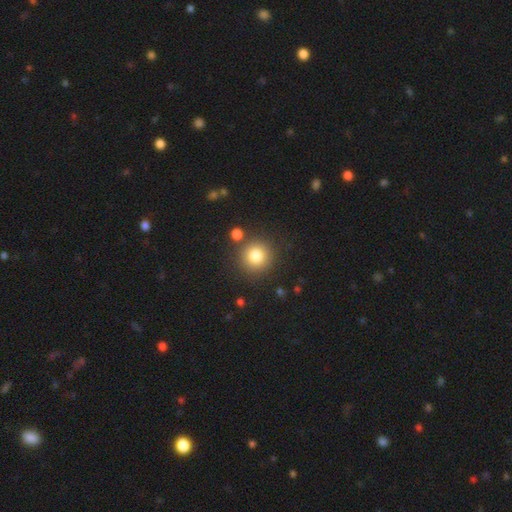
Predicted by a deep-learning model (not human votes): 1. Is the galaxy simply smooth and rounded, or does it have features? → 81% smooth, 11% star or artifact, 8% featured or disk.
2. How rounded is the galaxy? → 93% round, 6% in between, 1% cigar-shaped.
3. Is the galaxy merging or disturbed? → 83% none, 7% minor disturbance, 6% merger, 3% major disturbance.